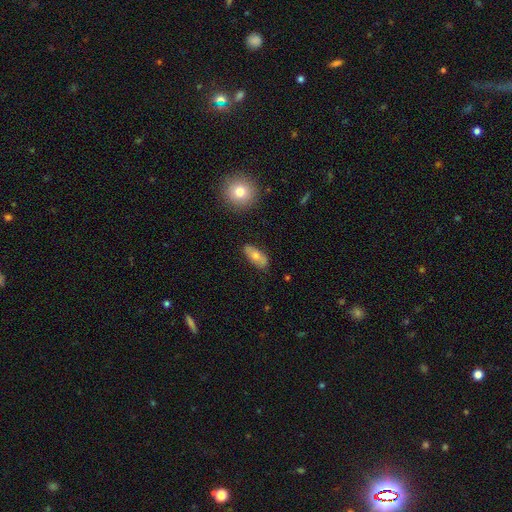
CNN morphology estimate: Q: Smooth or featured?
A: smooth (60%); runner-up: featured or disk (33%)
Q: How rounded?
A: in between (79%); runner-up: cigar-shaped (16%)
Q: Merging?
A: none (81%); runner-up: minor disturbance (14%)